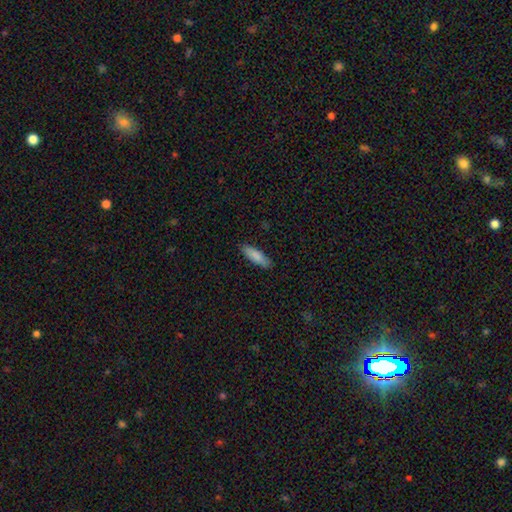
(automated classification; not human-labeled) This is clearly a smooth galaxy (86%). How rounded: possibly cigar-shaped (59%). Merging: clearly none (86%).